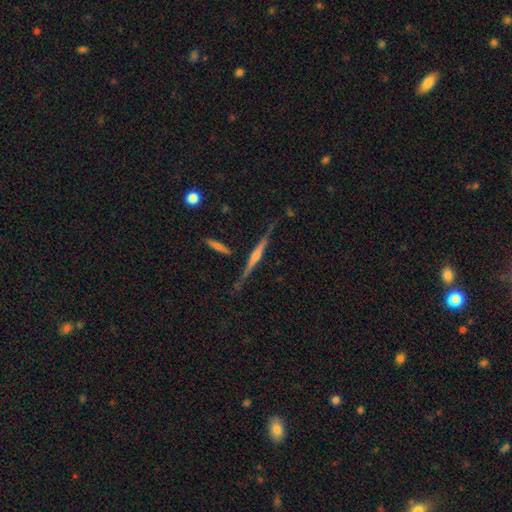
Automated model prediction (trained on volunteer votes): featured or disk 80%, smooth 12%, star or artifact 7%. Down the decision tree: edge-on disk — yes (98%); edge-on bulge — rounded (72%); merging — none (81%).